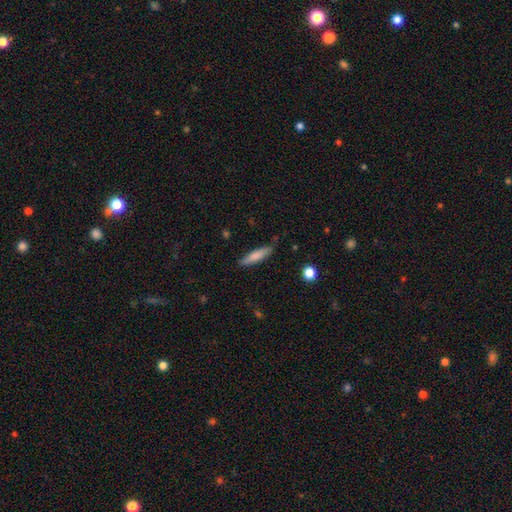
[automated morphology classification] Smooth or featured?
  - smooth: 75% *
  - featured or disk: 19%
  - star or artifact: 6%
How rounded?
  - cigar-shaped: 80% *
  - in between: 19%
  - round: 2%
Merging?
  - none: 83% *
  - minor disturbance: 14%
  - major disturbance: 2%
  - merger: 2%